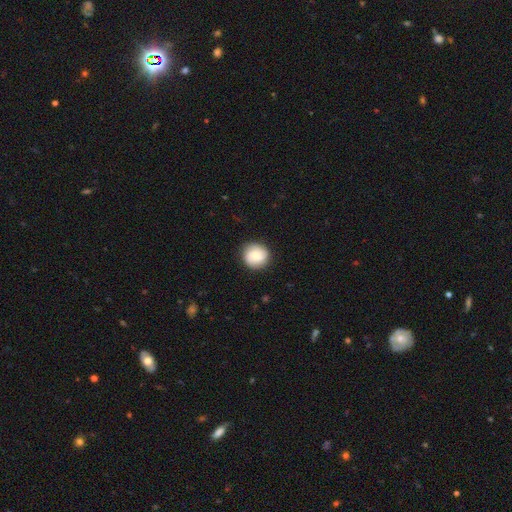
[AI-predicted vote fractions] Overall: smooth (63%; featured or disk 29%). How rounded: round (92%). Merging: none (88%).